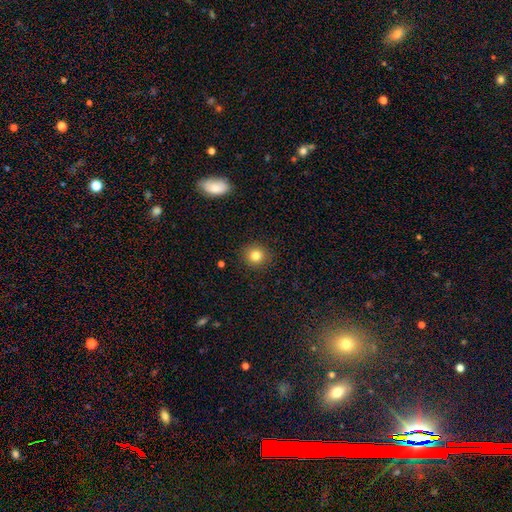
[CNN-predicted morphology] smooth_or_featured: smooth (p=0.82) [alt: star or artifact p=0.11]
how_rounded: round (p=0.90) [alt: in between p=0.09]
merging: none (p=0.91) [alt: minor disturbance p=0.06]